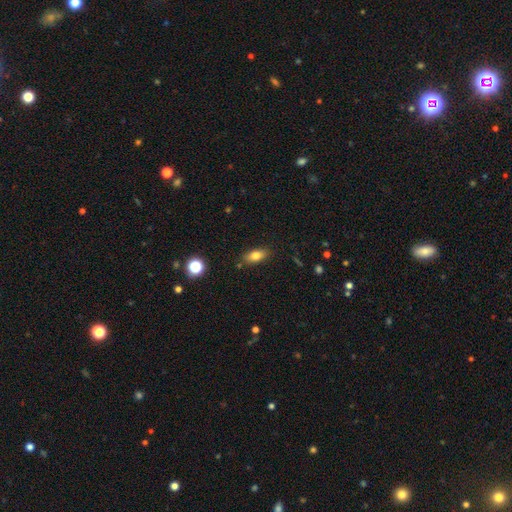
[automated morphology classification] Q: Smooth or featured?
A: smooth (79%); runner-up: featured or disk (12%)
Q: How rounded?
A: in between (83%); runner-up: cigar-shaped (11%)
Q: Merging?
A: none (84%); runner-up: minor disturbance (11%)